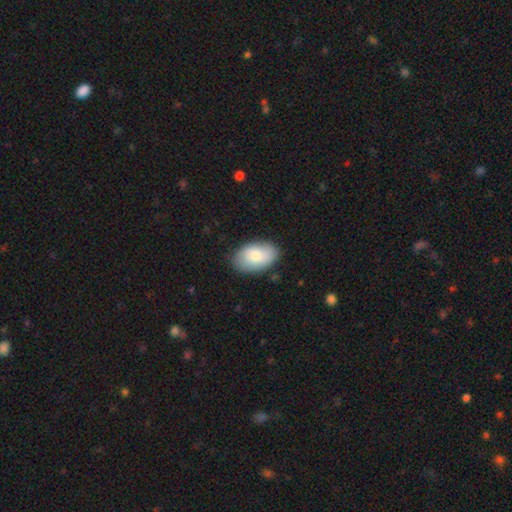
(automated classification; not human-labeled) This is likely a smooth galaxy (76%). How rounded: clearly in between (92%). Merging: clearly none (83%).